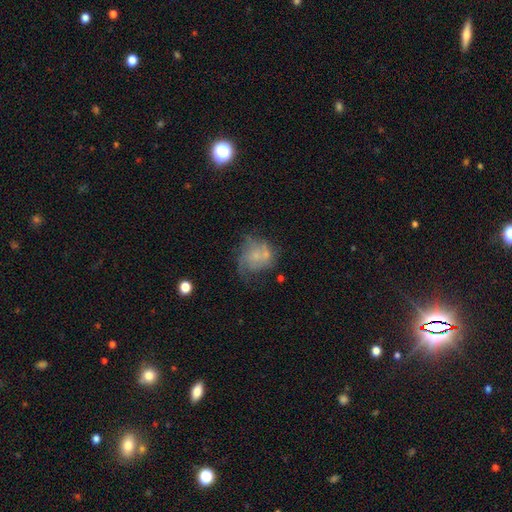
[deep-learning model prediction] smooth_or_featured: featured or disk (p=0.53) [alt: smooth p=0.35]
disk_edge_on: no (p=0.98) [alt: yes p=0.02]
bar: no (p=0.83) [alt: weak p=0.14]
has_spiral_arms: yes (p=0.59) [alt: no p=0.41]
bulge_size: small (p=0.53) [alt: none p=0.28]
merging: none (p=0.37) [alt: major disturbance p=0.26]